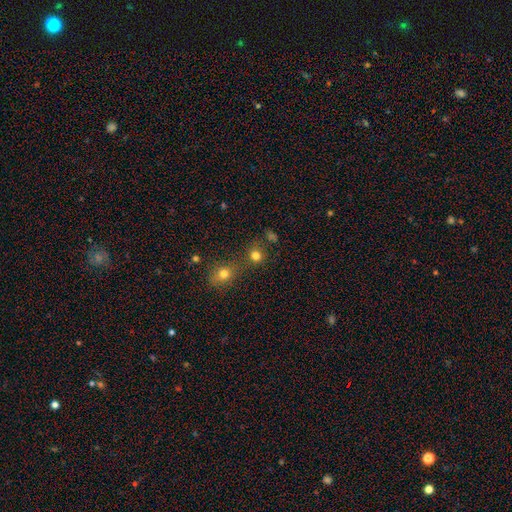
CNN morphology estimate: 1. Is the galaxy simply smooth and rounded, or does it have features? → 77% smooth, 16% star or artifact, 7% featured or disk.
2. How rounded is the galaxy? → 85% round, 14% in between, 1% cigar-shaped.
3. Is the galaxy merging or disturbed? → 63% none, 24% merger, 9% minor disturbance, 4% major disturbance.